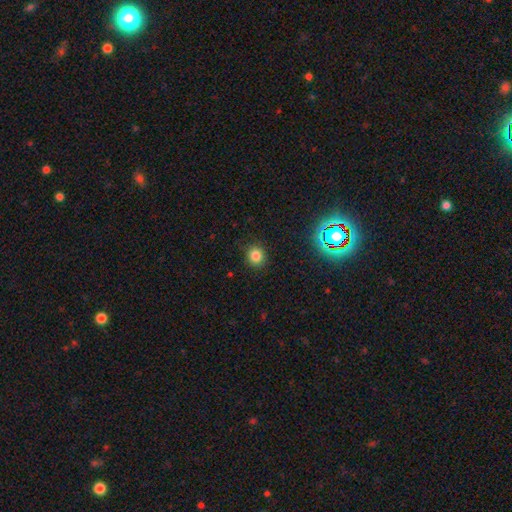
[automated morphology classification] A smooth galaxy with no disk features (81%) that is round (86%).

Vote fractions:
- Smooth or featured? smooth: 81% / star or artifact: 15% / featured or disk: 5%
- How rounded? round: 86% / in between: 13% / cigar-shaped: 1%
- Merging? none: 89% / minor disturbance: 7% / major disturbance: 2% / merger: 1%